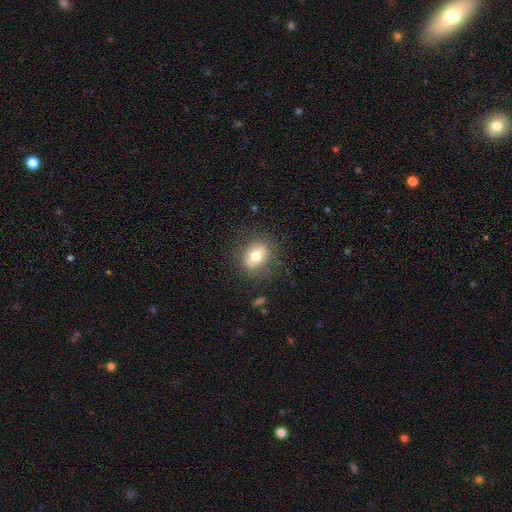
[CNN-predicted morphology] A smooth galaxy with no disk features (71%) that is in between round and cigar-shaped (53%).

Vote fractions:
- Smooth or featured? smooth: 71% / featured or disk: 19% / star or artifact: 9%
- How rounded? in between: 53% / round: 46% / cigar-shaped: 1%
- Merging? none: 82% / minor disturbance: 12% / major disturbance: 5% / merger: 1%